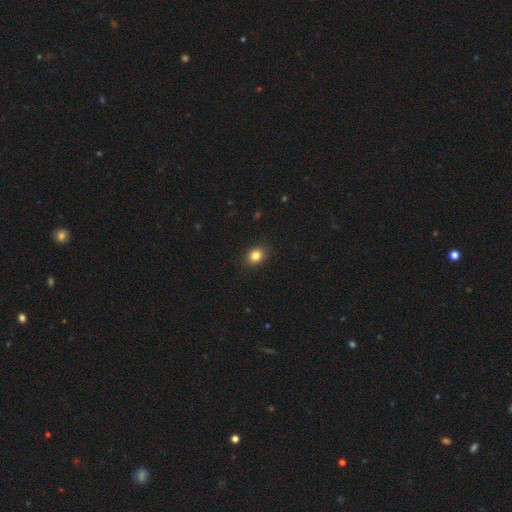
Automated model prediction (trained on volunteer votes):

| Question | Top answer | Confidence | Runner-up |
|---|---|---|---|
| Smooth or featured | smooth | 83% | star or artifact (11%) |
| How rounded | in between | 51% | round (48%) |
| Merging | none | 89% | minor disturbance (8%) |